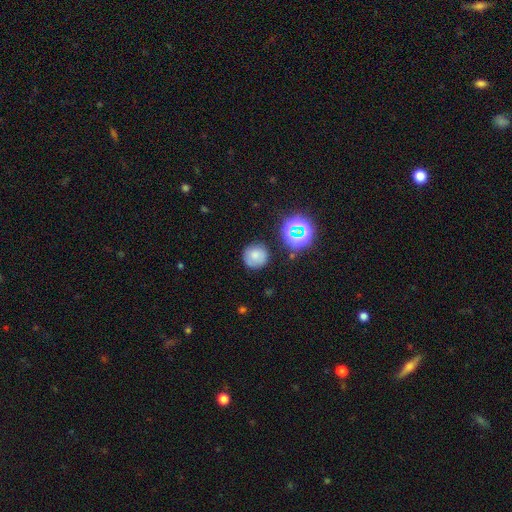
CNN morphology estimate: A smooth galaxy with no disk features (71%) that is round (93%). Merging: none (81%).